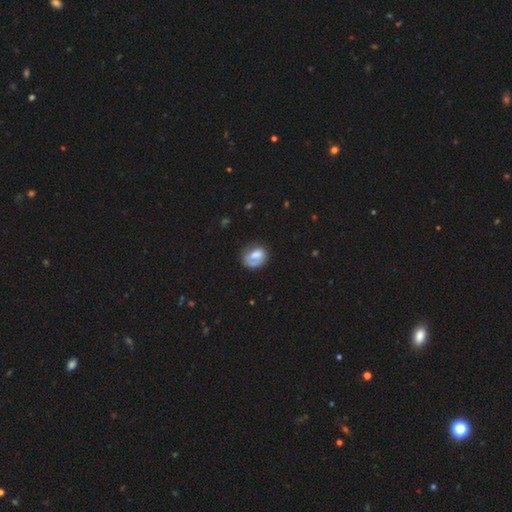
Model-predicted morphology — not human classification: Q: Smooth or featured?
A: smooth (57%); runner-up: featured or disk (35%)
Q: How rounded?
A: round (52%); runner-up: in between (47%)
Q: Merging?
A: none (53%); runner-up: minor disturbance (24%)